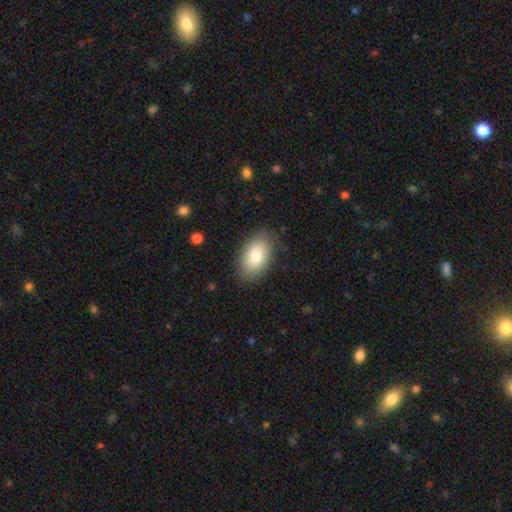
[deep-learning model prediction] Morphology: type=smooth (81%); roundness=in between (92%); merging=none (84%).